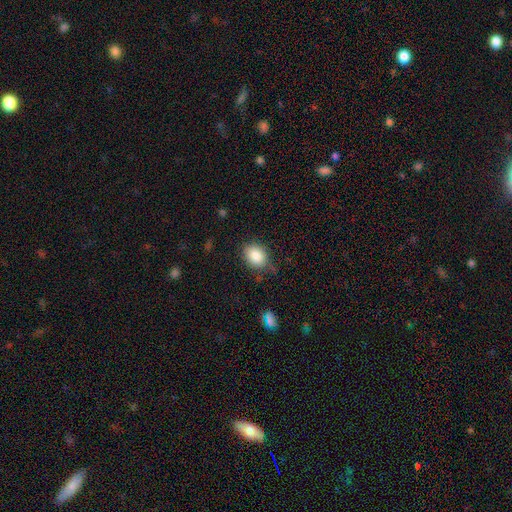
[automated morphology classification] Smooth or featured? smooth (86%)
How rounded? in between (58%)
Merging? none (71%)